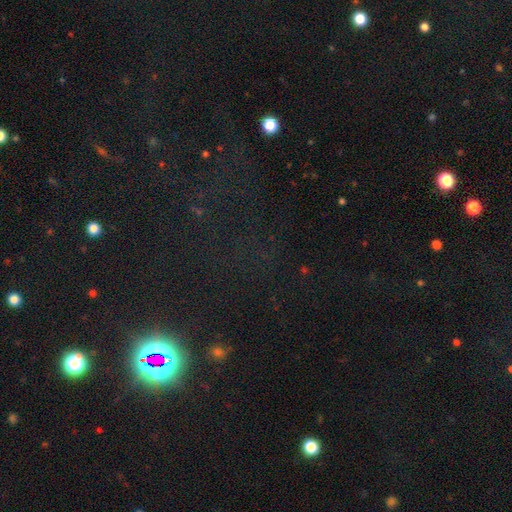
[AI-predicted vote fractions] Smooth or featured? Predicted: star or artifact (p=0.77).